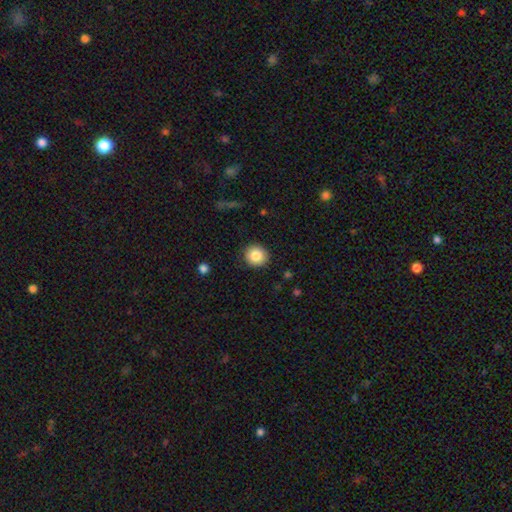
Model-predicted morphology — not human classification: Smooth or featured?
  - smooth: 84% *
  - star or artifact: 9%
  - featured or disk: 7%
How rounded?
  - round: 88% *
  - in between: 11%
  - cigar-shaped: 1%
Merging?
  - none: 91% *
  - minor disturbance: 6%
  - major disturbance: 2%
  - merger: 1%